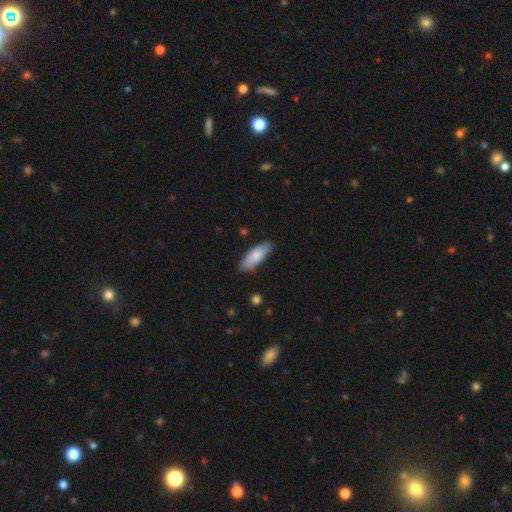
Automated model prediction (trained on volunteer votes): The model was most divided on "how rounded": in between: 66%, cigar-shaped: 32%, round: 2%. More confident: merging — none (84%); smooth or featured — smooth (81%).